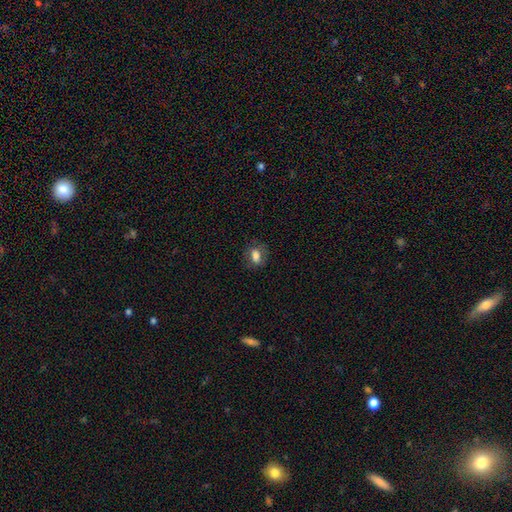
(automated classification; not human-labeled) Morphology: type=smooth (77%); roundness=in between (73%); merging=none (77%).